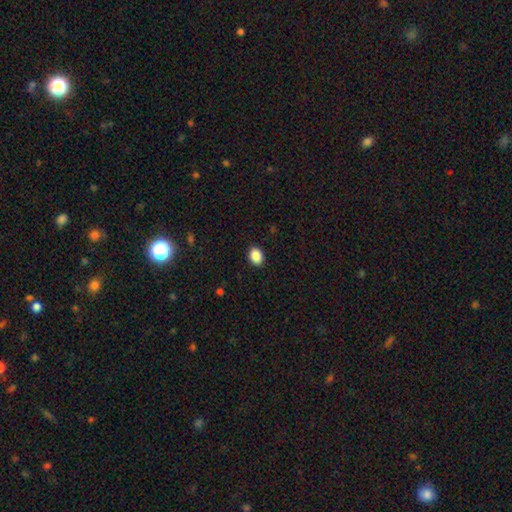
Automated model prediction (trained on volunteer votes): smooth 89%, star or artifact 8%, featured or disk 3%. Down the decision tree: how rounded — in between (66%); merging — none (89%).